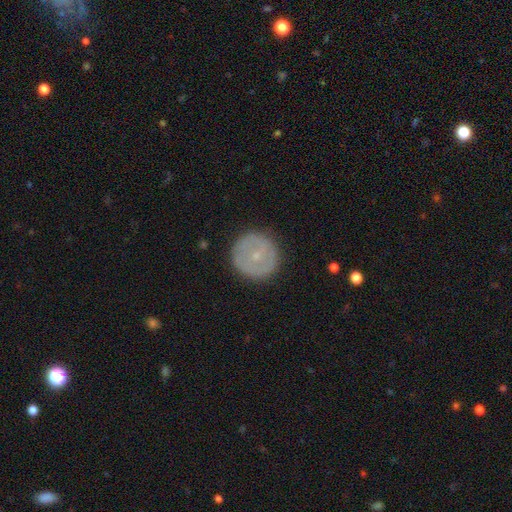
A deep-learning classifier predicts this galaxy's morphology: smooth 52%, featured or disk 40%, star or artifact 8%. Down the decision tree: how rounded — round (95%); merging — none (89%).